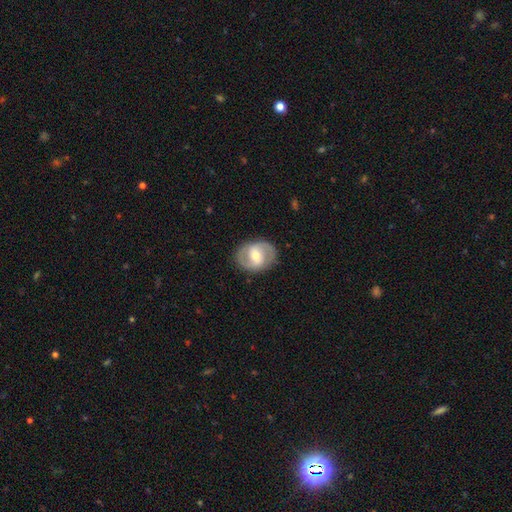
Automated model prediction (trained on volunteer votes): Smooth or featured?
  - featured or disk: 68% *
  - smooth: 27%
  - star or artifact: 6%
Edge-on disk?
  - no: 96% *
  - yes: 4%
Bar?
  - weak: 46% *
  - strong: 32%
  - no: 23%
Spiral arms?
  - yes: 71% *
  - no: 29%
Bulge size?
  - moderate: 68% *
  - small: 23%
  - large: 6%
  - none: 1%
  - dominant: 1%
Merging?
  - none: 84% *
  - minor disturbance: 11%
  - major disturbance: 4%
  - merger: 1%